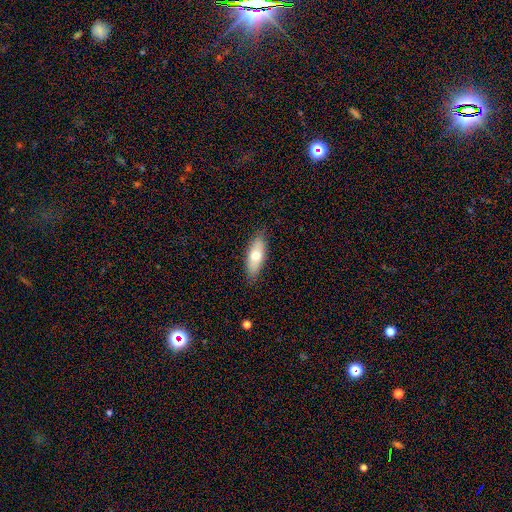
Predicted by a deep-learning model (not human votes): smooth_or_featured: smooth (p=0.68) [alt: featured or disk p=0.26]
how_rounded: in between (p=0.70) [alt: cigar-shaped p=0.27]
merging: none (p=0.86) [alt: minor disturbance p=0.11]